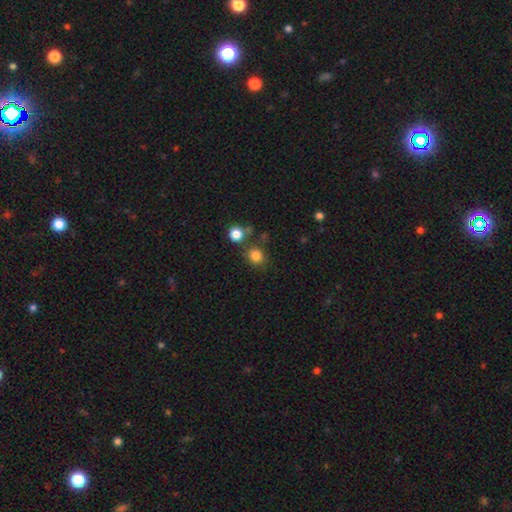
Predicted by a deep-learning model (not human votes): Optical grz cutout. It shows a smooth galaxy with no disk features (82%) that is round (82%). Merging: none (73%).